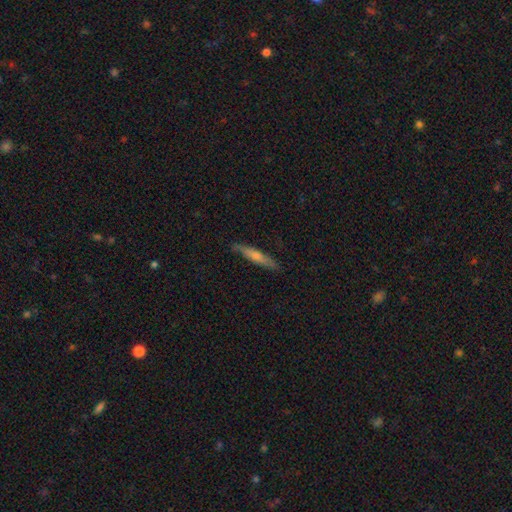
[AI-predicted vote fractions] The model was most divided on "smooth or featured": smooth: 59%, featured or disk: 35%, star or artifact: 6%. More confident: how rounded — cigar-shaped (90%); merging — none (84%).